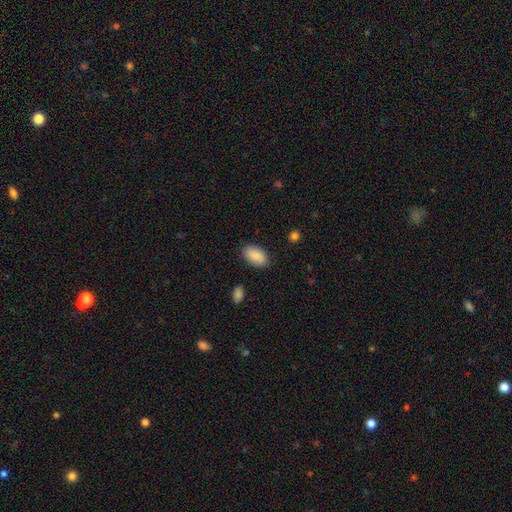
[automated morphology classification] Smooth or featured?
  - smooth: 88% *
  - star or artifact: 6%
  - featured or disk: 6%
How rounded?
  - in between: 94% *
  - round: 5%
  - cigar-shaped: 2%
Merging?
  - none: 85% *
  - minor disturbance: 11%
  - major disturbance: 3%
  - merger: 1%